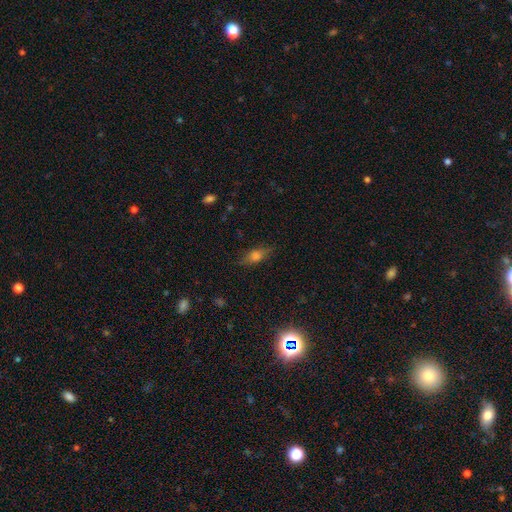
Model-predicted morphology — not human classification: Smooth or featured? Predicted: smooth (p=0.53). How rounded? Predicted: in between (p=0.64). Merging? Predicted: none (p=0.82).